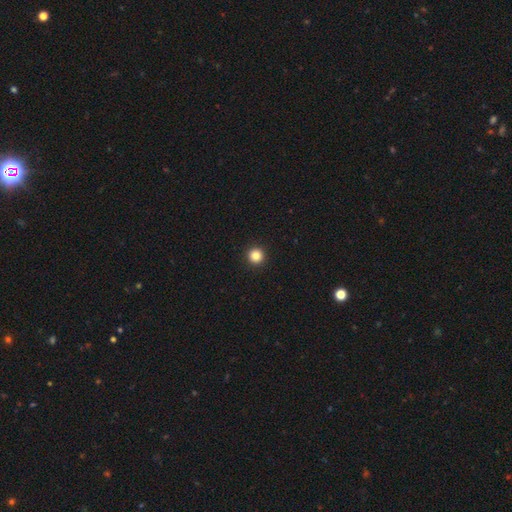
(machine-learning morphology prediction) The model was most divided on "smooth or featured": smooth: 84%, star or artifact: 12%, featured or disk: 4%. More confident: how rounded — round (96%); merging — none (94%).